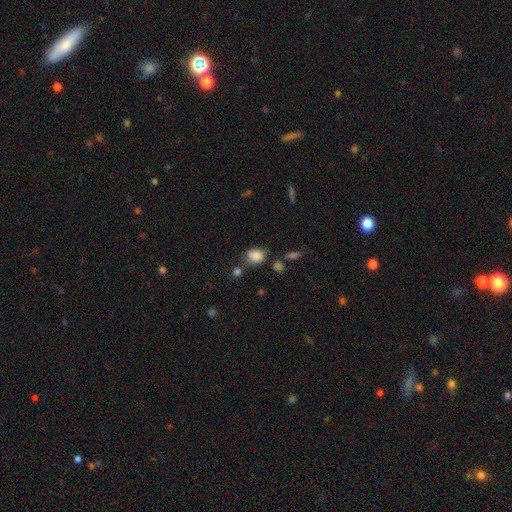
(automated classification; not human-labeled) Smooth or featured?
  - smooth: 84% *
  - star or artifact: 10%
  - featured or disk: 6%
How rounded?
  - in between: 57% *
  - round: 41%
  - cigar-shaped: 1%
Merging?
  - none: 60% *
  - minor disturbance: 22%
  - merger: 11%
  - major disturbance: 7%